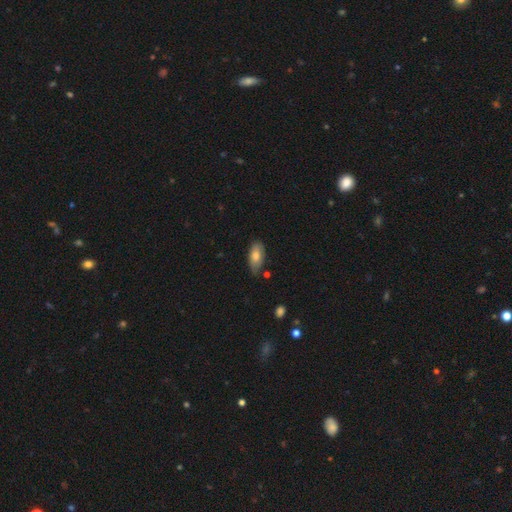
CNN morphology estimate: The model was most divided on "merging": none: 71%, minor disturbance: 23%, major disturbance: 3%, merger: 3%. More confident: how rounded — in between (90%); smooth or featured — smooth (75%).